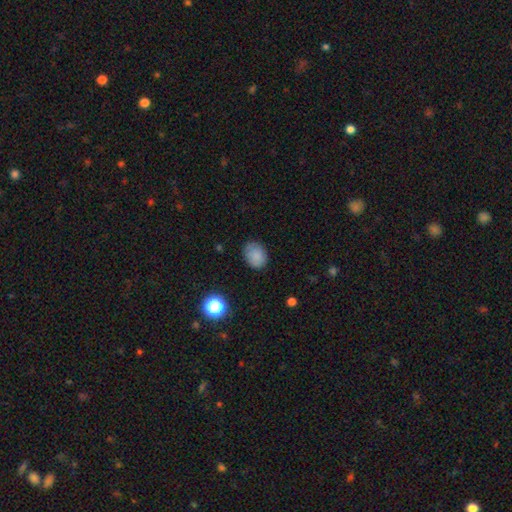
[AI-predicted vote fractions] Q: Smooth or featured?
A: smooth (84%); runner-up: star or artifact (11%)
Q: How rounded?
A: in between (56%); runner-up: round (43%)
Q: Merging?
A: none (78%); runner-up: minor disturbance (17%)